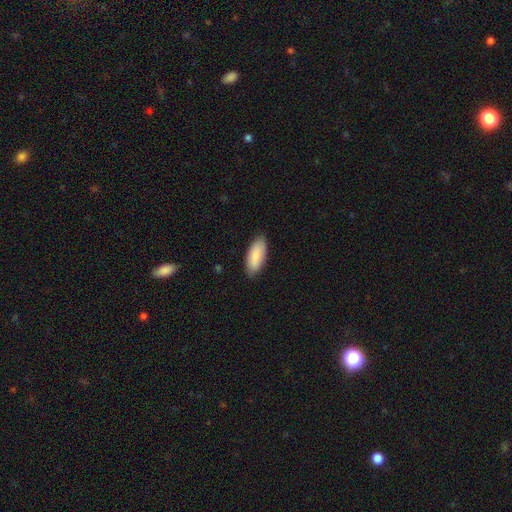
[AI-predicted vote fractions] smooth_or_featured: smooth (p=0.87) [alt: featured or disk p=0.08]
how_rounded: in between (p=0.81) [alt: cigar-shaped p=0.17]
merging: none (p=0.85) [alt: minor disturbance p=0.12]